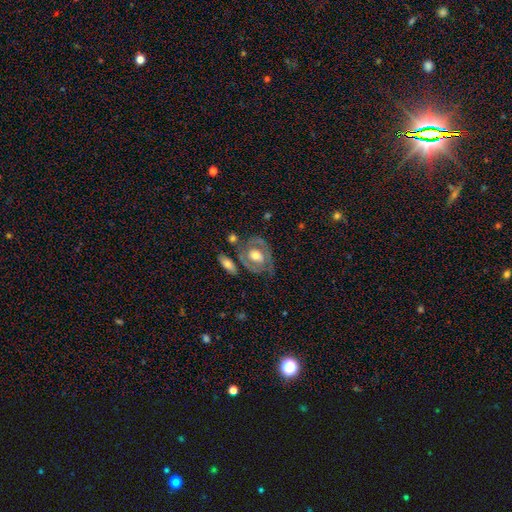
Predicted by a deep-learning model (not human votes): Smooth or featured?
  - featured or disk: 65% *
  - smooth: 29%
  - star or artifact: 6%
Edge-on disk?
  - no: 94% *
  - yes: 6%
Bar?
  - no: 69% *
  - weak: 23%
  - strong: 8%
Spiral arms?
  - yes: 54% *
  - no: 46%
Bulge size?
  - moderate: 63% *
  - large: 23%
  - small: 11%
  - dominant: 2%
  - none: 2%
Merging?
  - none: 62% *
  - minor disturbance: 18%
  - major disturbance: 11%
  - merger: 9%